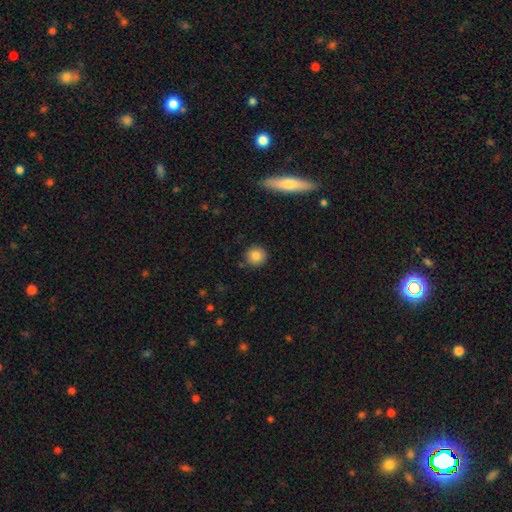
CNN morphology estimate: The model was most divided on "smooth or featured": smooth: 84%, star or artifact: 9%, featured or disk: 6%. More confident: how rounded — round (93%); merging — none (88%).